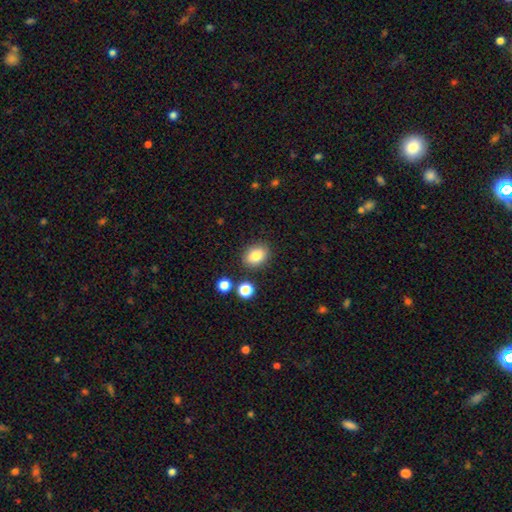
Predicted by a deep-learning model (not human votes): smooth_or_featured: smooth (p=0.83) [alt: star or artifact p=0.10]
how_rounded: in between (p=0.61) [alt: round p=0.37]
merging: none (p=0.84) [alt: minor disturbance p=0.09]